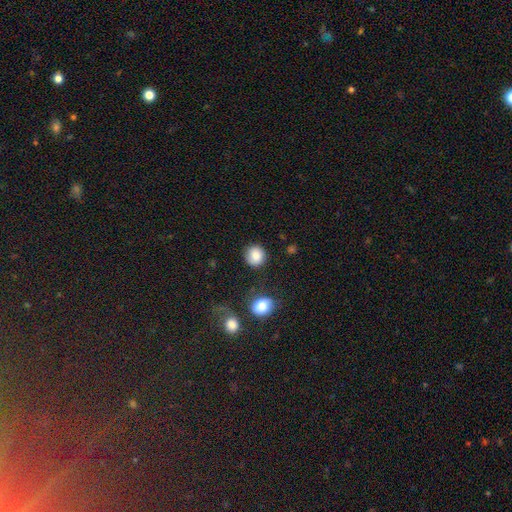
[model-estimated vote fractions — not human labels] Morphology: type=smooth (84%); roundness=round (87%); merging=none (81%).